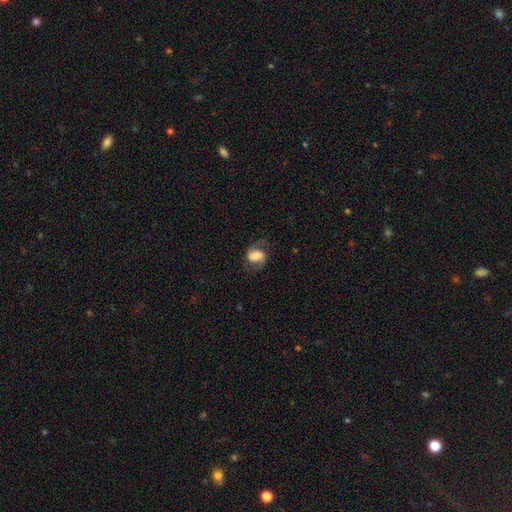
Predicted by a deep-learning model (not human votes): smooth 47%, featured or disk 45%, star or artifact 9%. Down the decision tree: merging — none (64%).